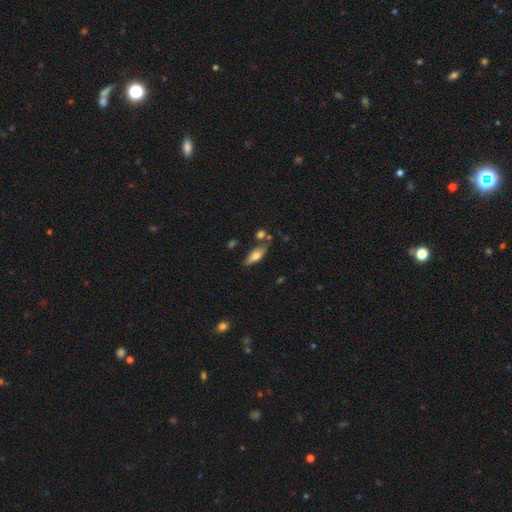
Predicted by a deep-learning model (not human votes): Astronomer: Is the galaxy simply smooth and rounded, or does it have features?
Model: smooth — 62%.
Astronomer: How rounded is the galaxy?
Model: in between — 67%.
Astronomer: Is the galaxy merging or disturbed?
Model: none — 65%.